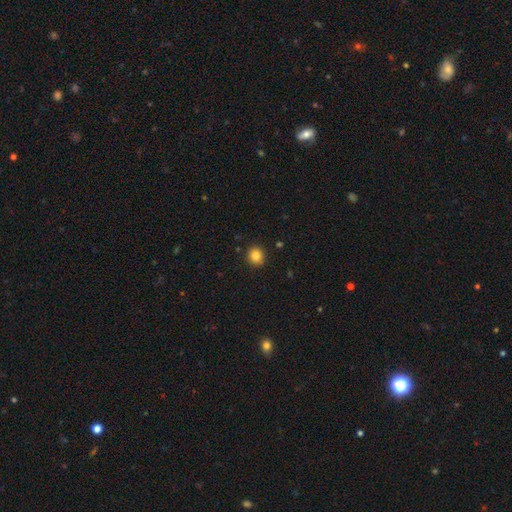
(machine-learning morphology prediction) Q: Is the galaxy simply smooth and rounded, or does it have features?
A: smooth — 84%.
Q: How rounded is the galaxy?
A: round — 81%.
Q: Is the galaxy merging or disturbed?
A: none — 90%.